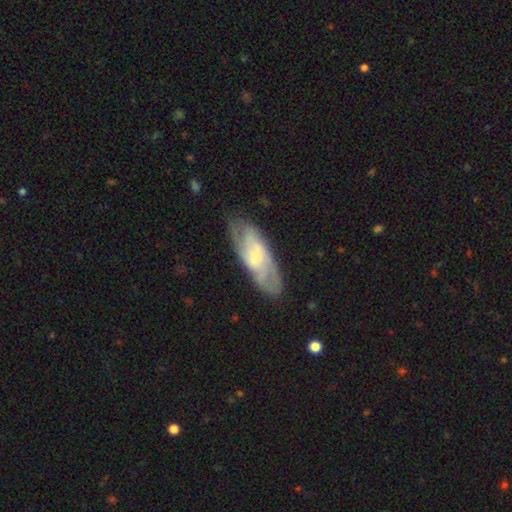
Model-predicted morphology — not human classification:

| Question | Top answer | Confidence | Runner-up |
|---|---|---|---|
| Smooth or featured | featured or disk | 69% | smooth (26%) |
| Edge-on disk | no | 87% | yes (13%) |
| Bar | no | 49% | weak (40%) |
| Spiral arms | yes | 88% | no (12%) |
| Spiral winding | medium | 44% | tight (39%) |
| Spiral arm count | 2 | 48% | can't tell (30%) |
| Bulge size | small | 59% | moderate (34%) |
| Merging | none | 75% | minor disturbance (18%) |